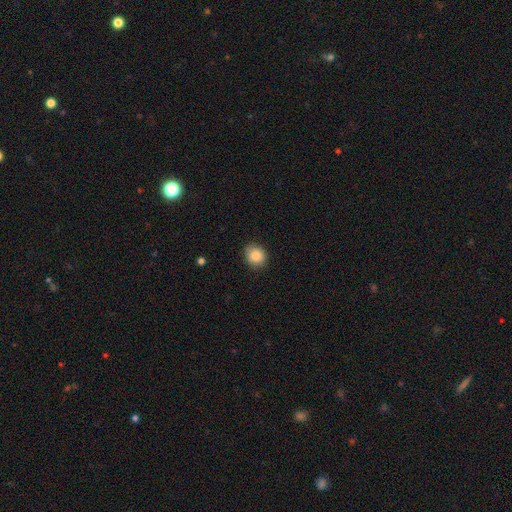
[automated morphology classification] Q: Smooth or featured?
A: smooth (86%); runner-up: star or artifact (9%)
Q: How rounded?
A: round (77%); runner-up: in between (22%)
Q: Merging?
A: none (87%); runner-up: minor disturbance (9%)